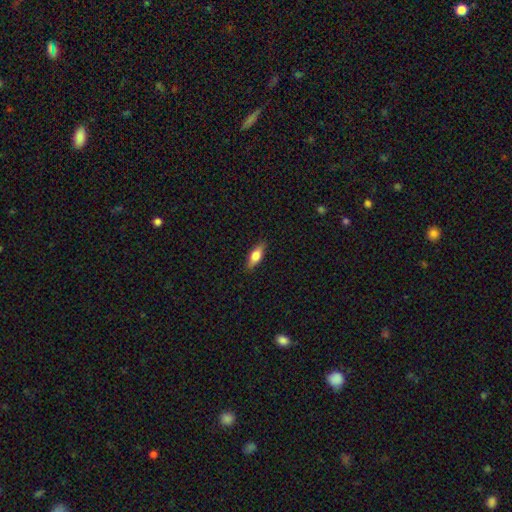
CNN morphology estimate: The model was most divided on "how rounded": in between: 67%, cigar-shaped: 30%, round: 3%. More confident: merging — none (86%); smooth or featured — smooth (70%).